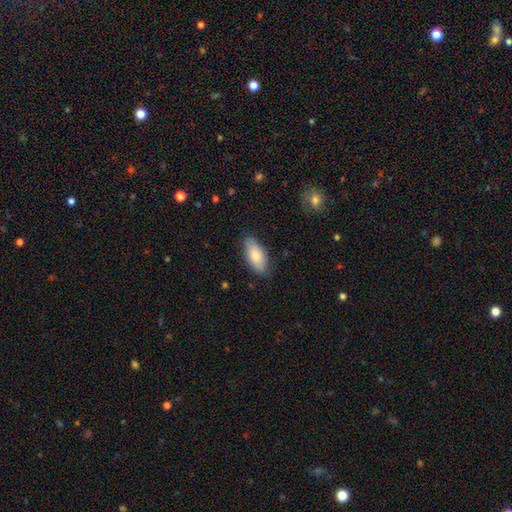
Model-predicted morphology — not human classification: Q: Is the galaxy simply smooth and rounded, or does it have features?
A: smooth — 80%.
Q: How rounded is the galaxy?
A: in between — 91%.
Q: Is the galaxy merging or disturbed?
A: none — 80%.